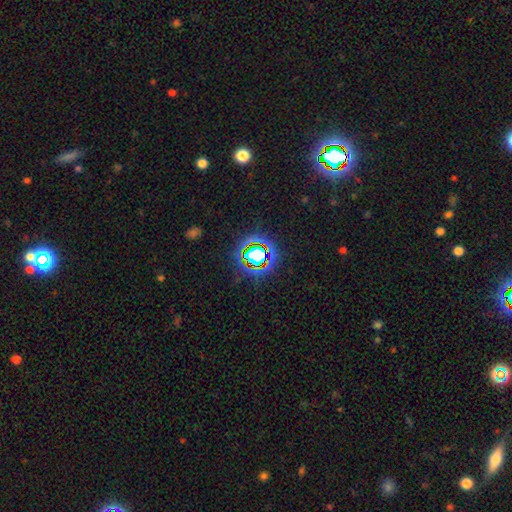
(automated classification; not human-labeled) Smooth or featured: star or artifact — 69% (smooth — 18%)